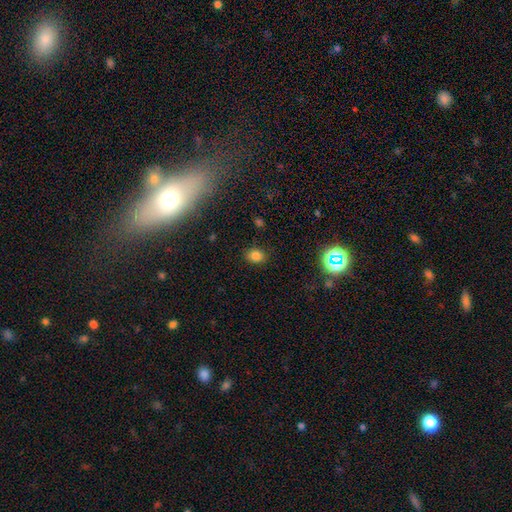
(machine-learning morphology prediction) Overall: smooth (80%). How rounded: in between (52%; round 47%). Merging: none (85%).